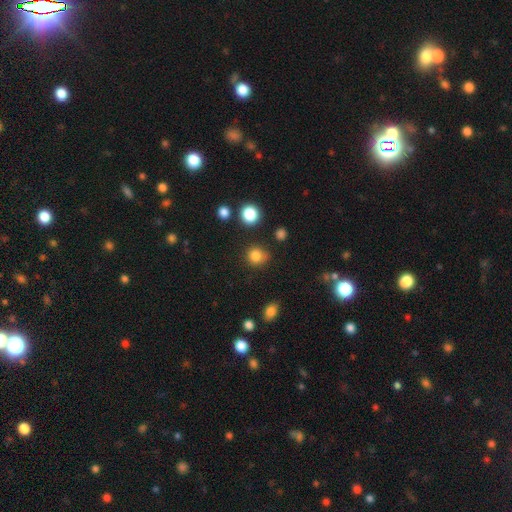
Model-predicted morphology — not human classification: Smooth or featured? smooth (82%)
How rounded? round (86%)
Merging? none (73%)